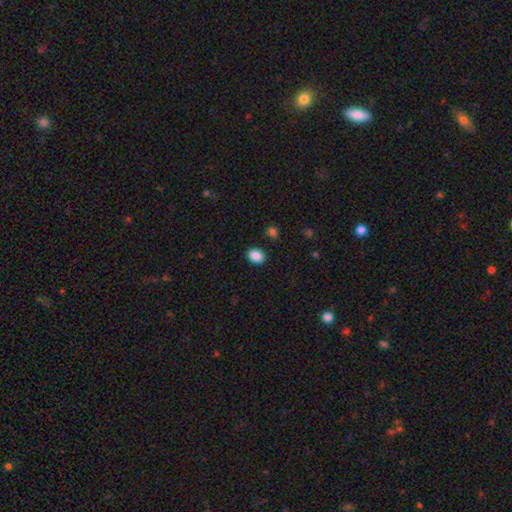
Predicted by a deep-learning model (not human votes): smooth_or_featured: smooth (p=0.89) [alt: star or artifact p=0.09]
how_rounded: in between (p=0.66) [alt: round p=0.33]
merging: none (p=0.87) [alt: minor disturbance p=0.08]